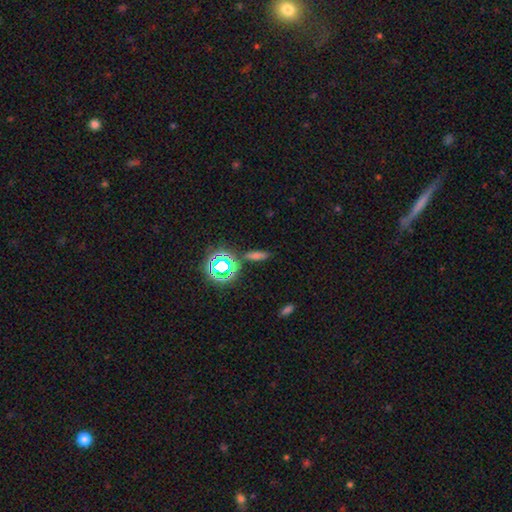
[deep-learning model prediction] This is possibly a smooth galaxy (58%). How rounded: possibly cigar-shaped (56%). Merging: clearly none (81%).